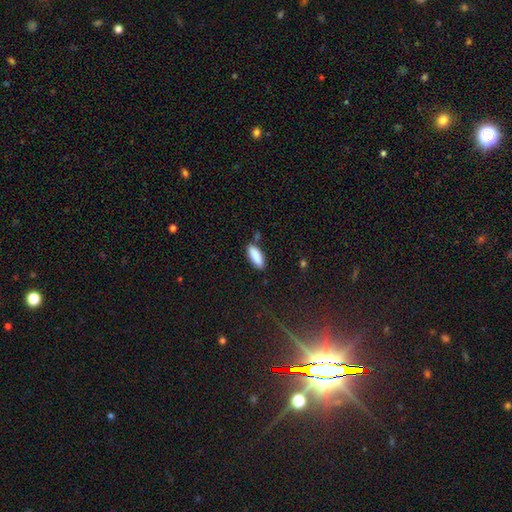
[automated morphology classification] This appears to be a smooth galaxy with no disk features (89%) that is in between round and cigar-shaped (75%). Merging: none (80%).